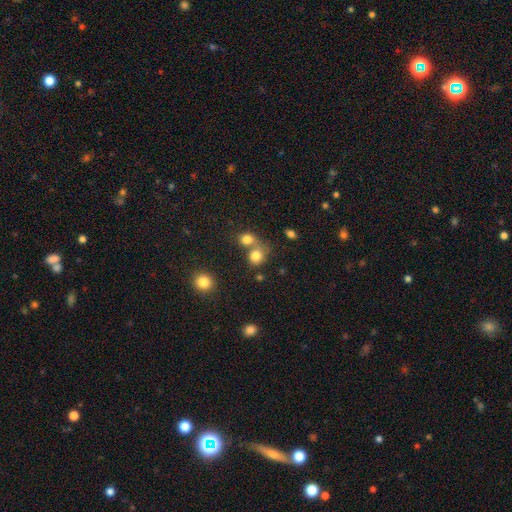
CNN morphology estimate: Smooth or featured? Predicted: smooth (p=0.80). How rounded? Predicted: round (p=0.78). Merging? Predicted: merger (p=0.45).